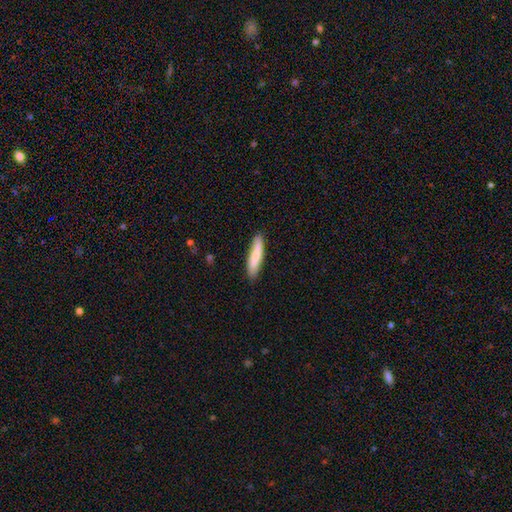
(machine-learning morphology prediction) A smooth galaxy with no disk features (79%) that is cigar-shaped (85%). Merging: none (84%).